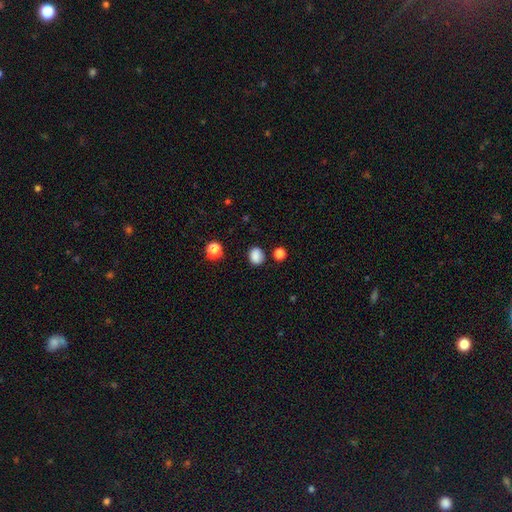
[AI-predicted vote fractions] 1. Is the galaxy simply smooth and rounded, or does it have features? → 85% smooth, 11% star or artifact, 4% featured or disk.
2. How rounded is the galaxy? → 59% round, 40% in between, 1% cigar-shaped.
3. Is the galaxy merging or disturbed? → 80% none, 13% minor disturbance, 4% merger, 3% major disturbance.